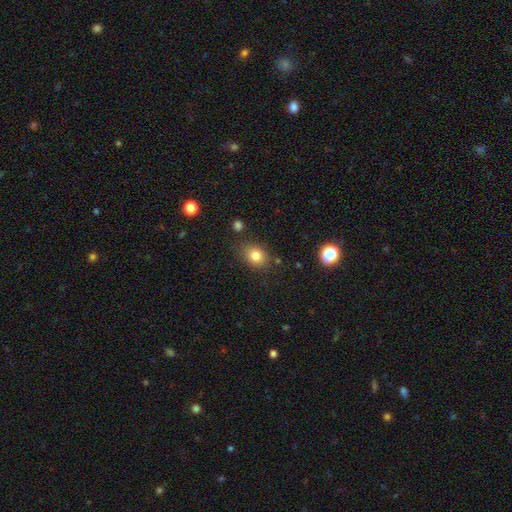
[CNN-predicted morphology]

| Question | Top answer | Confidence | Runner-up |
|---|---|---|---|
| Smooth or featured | smooth | 80% | star or artifact (12%) |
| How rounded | in between | 53% | round (46%) |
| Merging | none | 79% | minor disturbance (14%) |